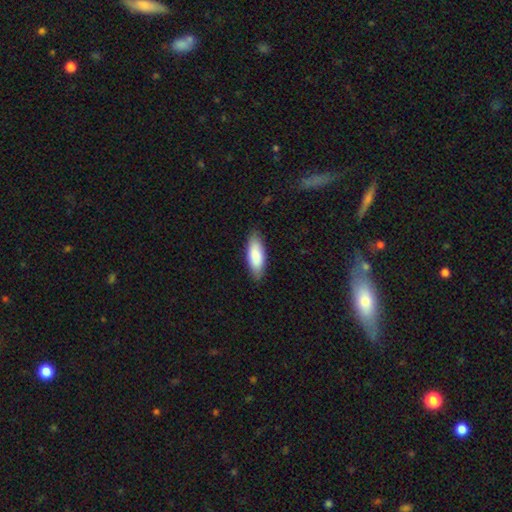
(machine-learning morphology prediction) Smooth or featured: smooth — 85% (featured or disk — 10%)
How rounded: in between — 75% (cigar-shaped — 23%)
Merging: none — 86% (minor disturbance — 11%)